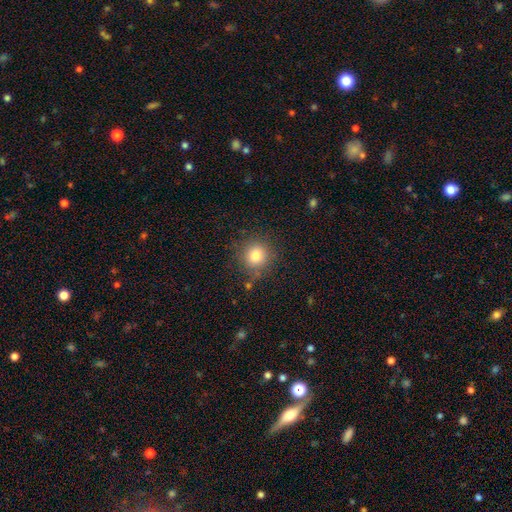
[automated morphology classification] Smooth or featured? Predicted: smooth (p=0.81). How rounded? Predicted: round (p=0.91). Merging? Predicted: none (p=0.82).